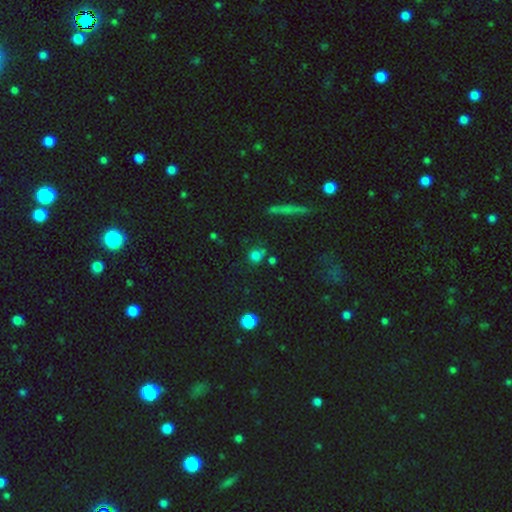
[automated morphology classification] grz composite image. It shows a smooth galaxy with no disk features (72%) that is round (86%). Merging: none (70%).